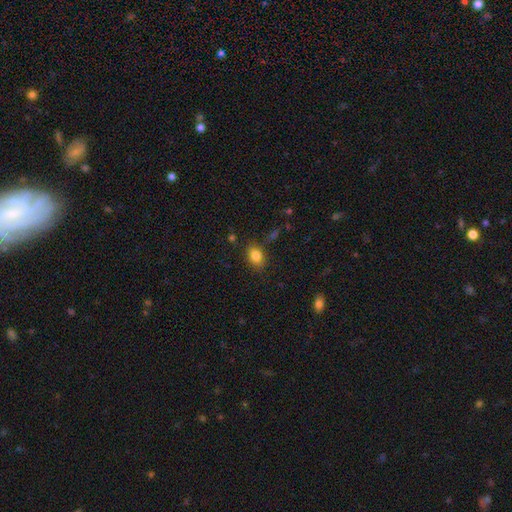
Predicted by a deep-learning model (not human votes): smooth-or-featured: smooth: 83% | star or artifact: 10% | featured or disk: 7%
  how-rounded: in between: 66% | round: 33% | cigar-shaped: 1%
  merging: none: 81% | minor disturbance: 13% | major disturbance: 3% | merger: 3%